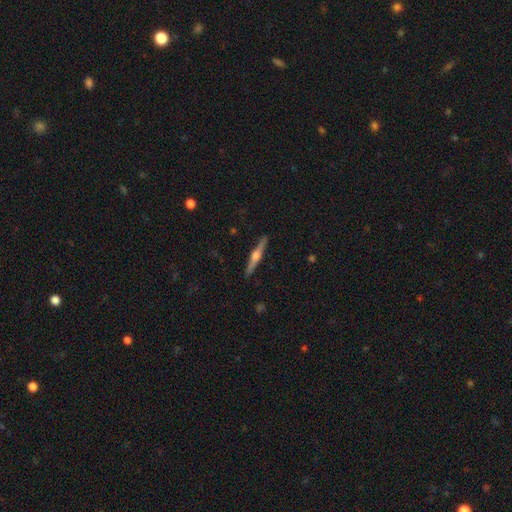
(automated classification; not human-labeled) Q: Smooth or featured?
A: featured or disk (76%); runner-up: smooth (18%)
Q: Edge-on disk?
A: yes (98%); runner-up: no (2%)
Q: Edge-on bulge?
A: rounded (93%); runner-up: boxy (4%)
Q: Merging?
A: none (92%); runner-up: minor disturbance (6%)